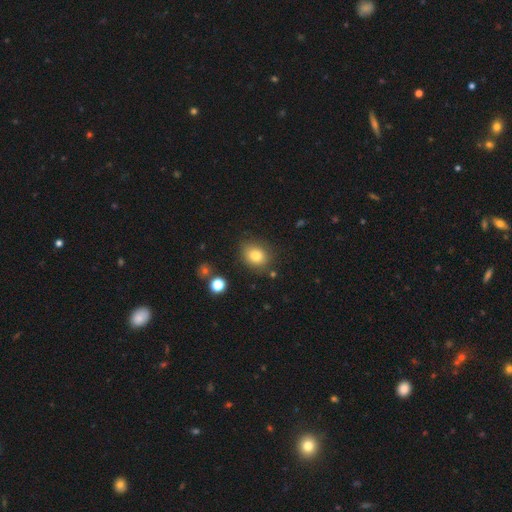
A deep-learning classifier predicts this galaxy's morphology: Overall: smooth (80%). How rounded: round (53%; in between 46%). Merging: none (81%).